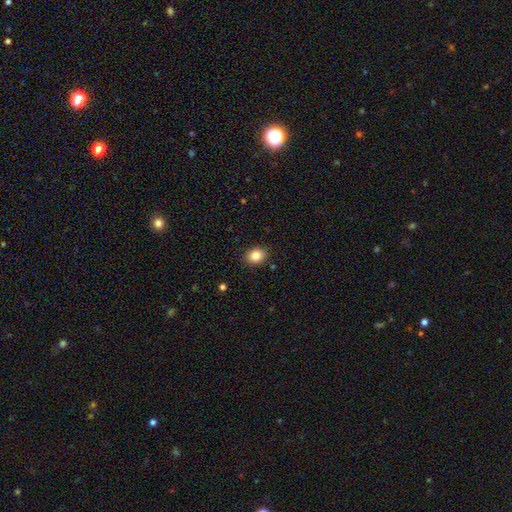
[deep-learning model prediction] Smooth or featured: smooth — 85% (star or artifact — 9%)
How rounded: in between — 57% (round — 42%)
Merging: none — 88% (minor disturbance — 8%)